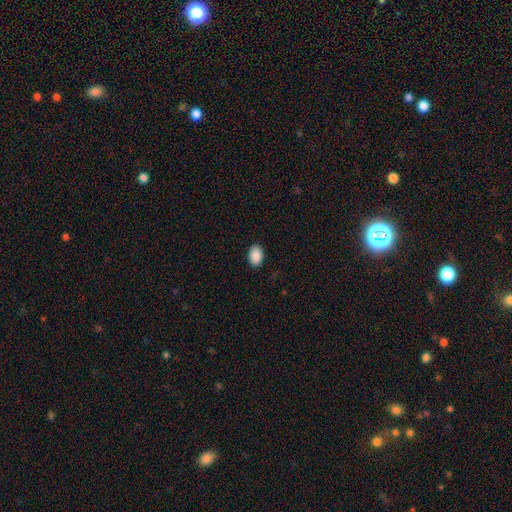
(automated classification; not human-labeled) Overall: smooth (90%). How rounded: in between (88%). Merging: none (89%).